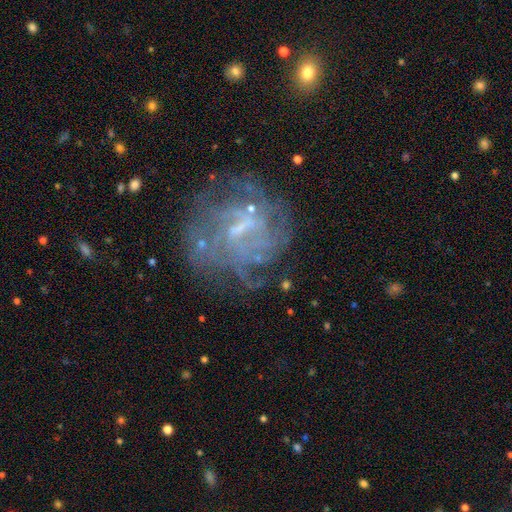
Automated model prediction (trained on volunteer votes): A featured or disk galaxy (73%) with a weak bar (50%), spiral arms (67%) and a small central bulge (39%).

Vote fractions:
- Smooth or featured? featured or disk: 73% / star or artifact: 13% / smooth: 13%
- Edge-on disk? no: 97% / yes: 3%
- Bar? weak: 50% / no: 29% / strong: 21%
- Spiral arms? yes: 67% / no: 33%
- Bulge size? small: 39% / none: 37% / moderate: 21% / large: 2% / dominant: 1%
- Merging? none: 60% / major disturbance: 18% / minor disturbance: 17% / merger: 4%